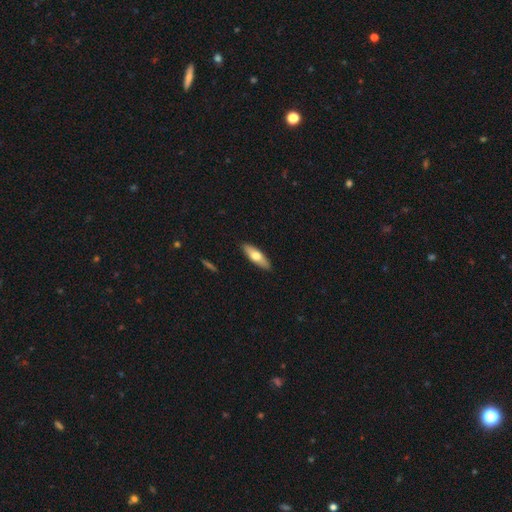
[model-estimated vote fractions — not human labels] smooth 63%, featured or disk 31%, star or artifact 5%. Down the decision tree: how rounded — in between (52%); merging — none (89%).